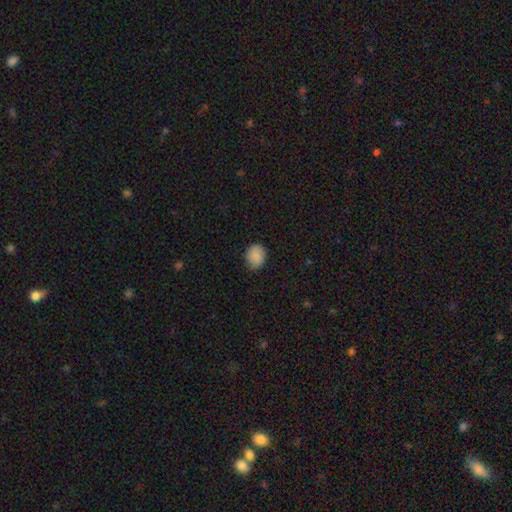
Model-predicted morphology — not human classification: This is clearly a smooth galaxy (83%). How rounded: likely round (65%). Merging: likely none (75%).